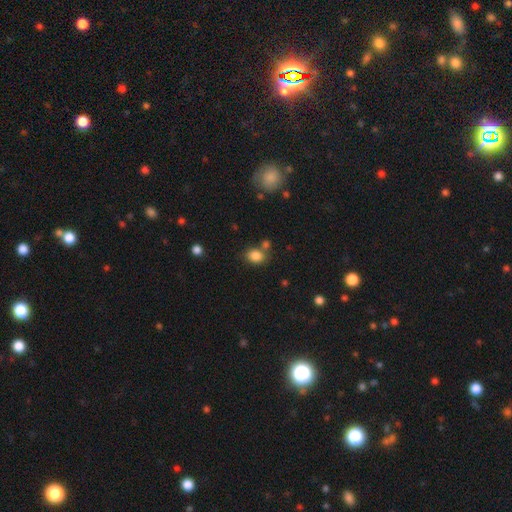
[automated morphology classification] This is clearly a smooth galaxy (84%). How rounded: possibly in between (57%). Merging: likely none (66%).